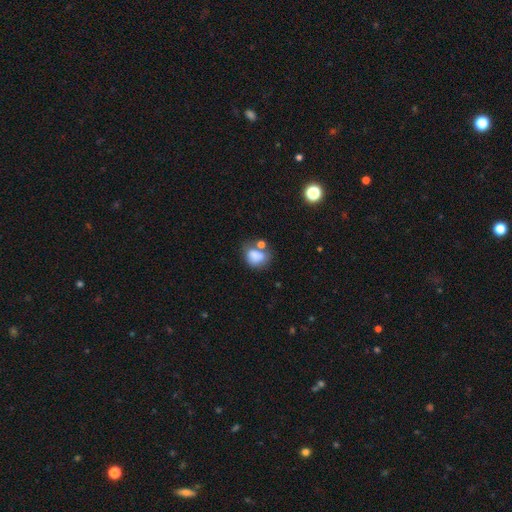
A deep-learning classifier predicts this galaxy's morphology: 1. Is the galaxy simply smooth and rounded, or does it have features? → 78% smooth, 12% featured or disk, 10% star or artifact.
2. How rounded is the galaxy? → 54% in between, 45% round, 1% cigar-shaped.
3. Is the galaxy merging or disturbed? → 38% none, 27% merger, 21% minor disturbance, 13% major disturbance.